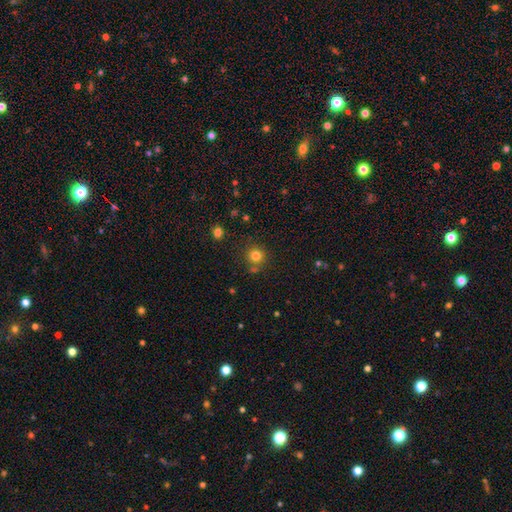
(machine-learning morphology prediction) Overall: smooth (79%). How rounded: round (93%). Merging: none (79%).